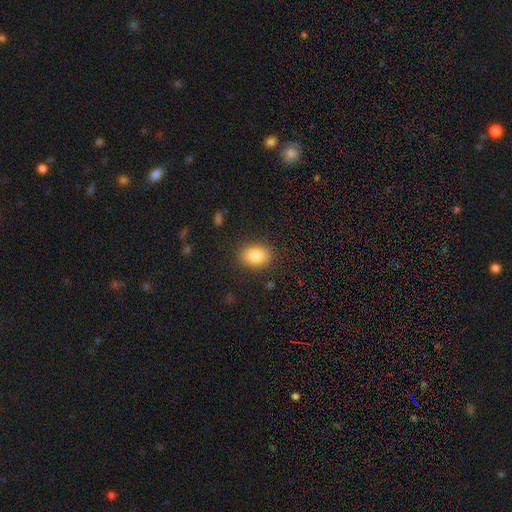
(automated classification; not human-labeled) This is clearly a smooth galaxy (84%). How rounded: likely in between (72%). Merging: clearly none (87%).